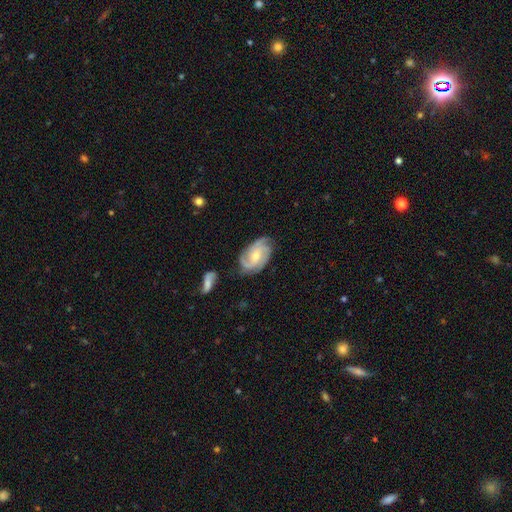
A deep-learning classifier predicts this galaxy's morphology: Smooth or featured? Predicted: featured or disk (p=0.83). Edge-on disk? Predicted: no (p=0.97). Bar? Predicted: no (p=0.59). Spiral arms? Predicted: yes (p=0.97). Spiral winding? Predicted: tight (p=0.45). Spiral arm count? Predicted: 3 (p=0.52). Bulge size? Predicted: moderate (p=0.49). Merging? Predicted: none (p=0.70).